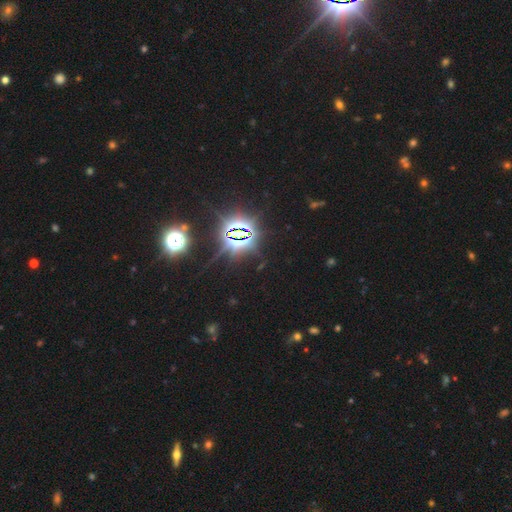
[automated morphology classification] smooth_or_featured: star or artifact (p=0.83) [alt: smooth p=0.11]